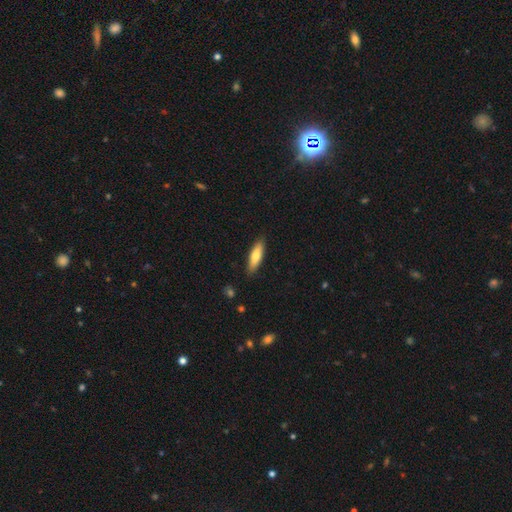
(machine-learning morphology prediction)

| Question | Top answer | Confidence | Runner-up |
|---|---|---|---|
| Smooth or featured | smooth | 72% | featured or disk (23%) |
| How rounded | cigar-shaped | 58% | in between (40%) |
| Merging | none | 88% | minor disturbance (9%) |